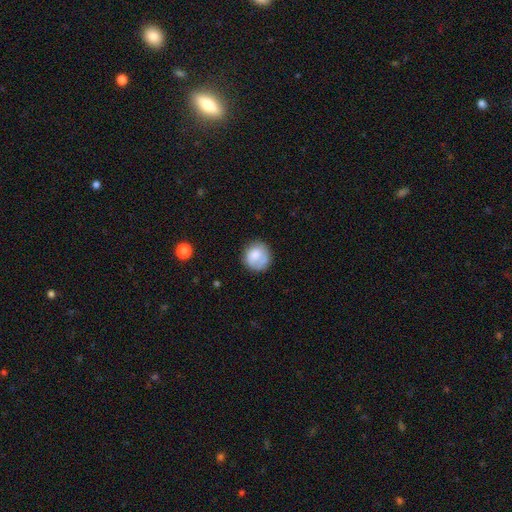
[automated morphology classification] Smooth or featured? smooth (75%)
How rounded? round (87%)
Merging? none (67%)